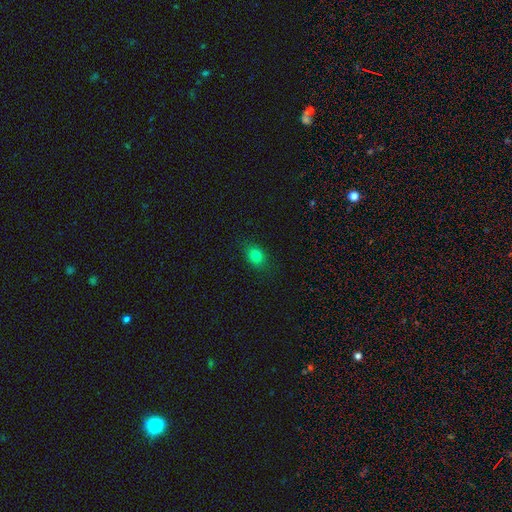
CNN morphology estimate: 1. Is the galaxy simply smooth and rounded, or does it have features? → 80% smooth, 13% star or artifact, 7% featured or disk.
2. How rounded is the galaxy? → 65% in between, 34% round, 1% cigar-shaped.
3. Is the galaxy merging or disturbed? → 84% none, 12% minor disturbance, 3% major disturbance, 1% merger.